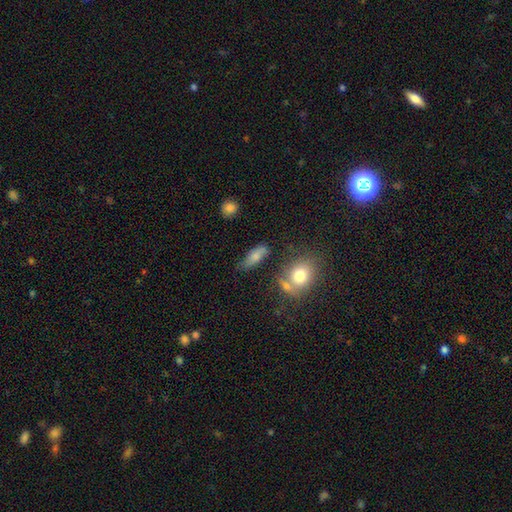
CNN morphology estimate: smooth 73%, featured or disk 17%, star or artifact 10%. Down the decision tree: how rounded — in between (64%); merging — none (59%).